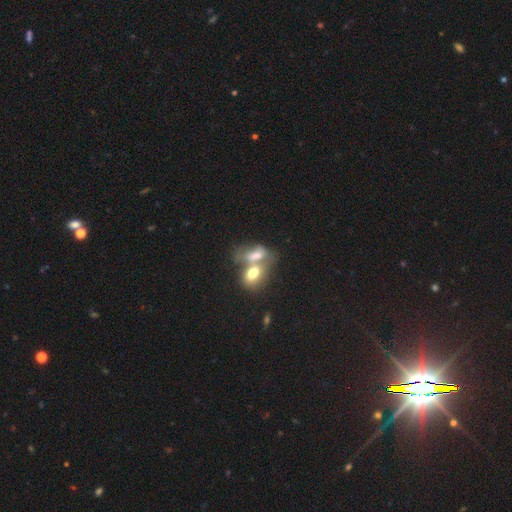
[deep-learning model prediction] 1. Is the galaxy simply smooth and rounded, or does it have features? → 65% smooth, 25% featured or disk, 9% star or artifact.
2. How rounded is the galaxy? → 82% in between, 14% round, 4% cigar-shaped.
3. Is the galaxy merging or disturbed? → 71% merger, 16% none, 7% minor disturbance, 6% major disturbance.